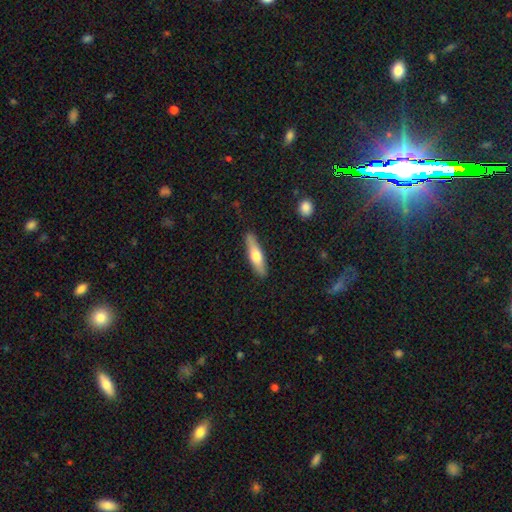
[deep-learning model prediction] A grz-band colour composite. It shows a smooth galaxy with no disk features (56%) that is cigar-shaped (74%). Merging: none (89%).